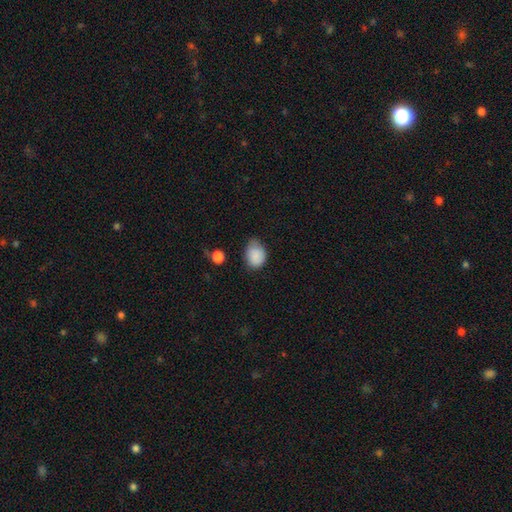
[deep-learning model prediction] Smooth or featured?
  - smooth: 86% *
  - star or artifact: 8%
  - featured or disk: 6%
How rounded?
  - in between: 61% *
  - round: 38%
  - cigar-shaped: 1%
Merging?
  - none: 51% *
  - minor disturbance: 39%
  - major disturbance: 8%
  - merger: 3%